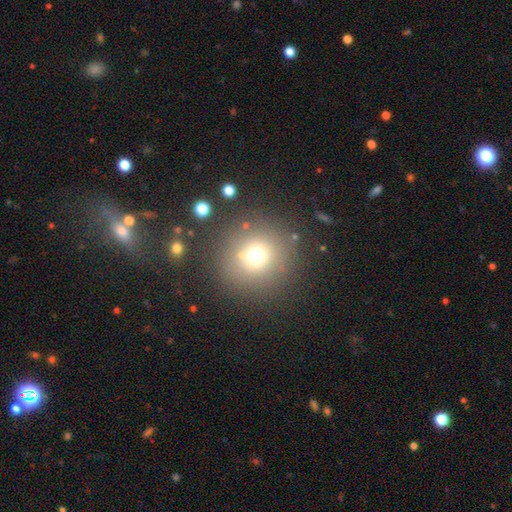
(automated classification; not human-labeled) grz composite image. It shows a smooth galaxy with no disk features (68%) that is round (93%). Merging: none (82%).